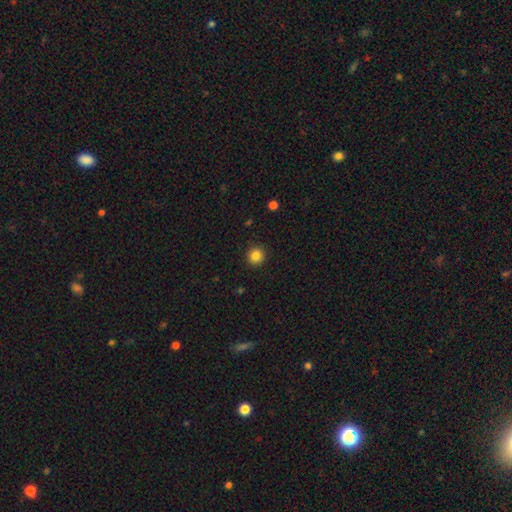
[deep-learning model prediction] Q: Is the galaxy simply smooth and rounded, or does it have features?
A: smooth — 85%.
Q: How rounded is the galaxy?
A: round — 93%.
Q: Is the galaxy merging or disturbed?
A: none — 92%.